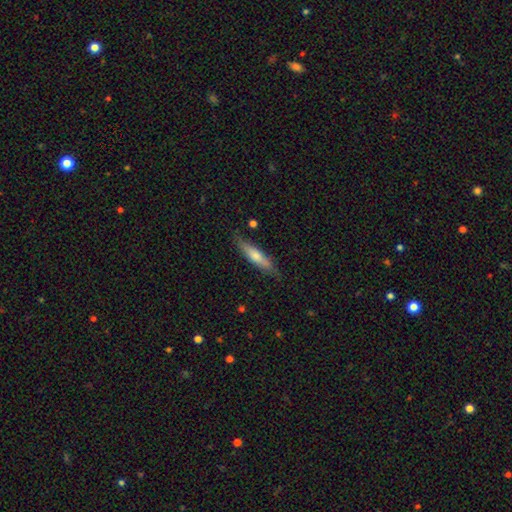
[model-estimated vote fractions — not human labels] This is likely a smooth galaxy (63%). How rounded: clearly cigar-shaped (81%). Merging: likely none (79%).